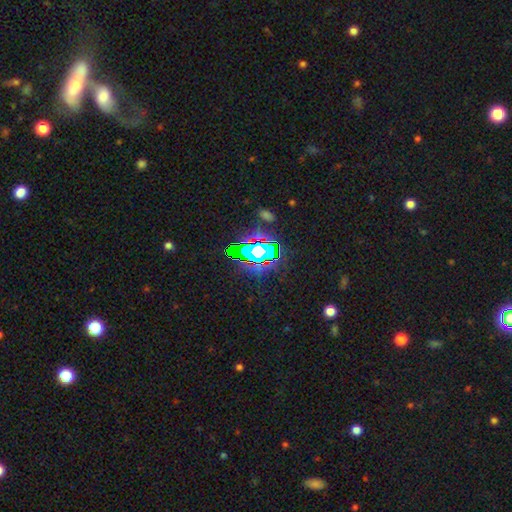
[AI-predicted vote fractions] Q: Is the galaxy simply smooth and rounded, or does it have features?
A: star or artifact — 70%.